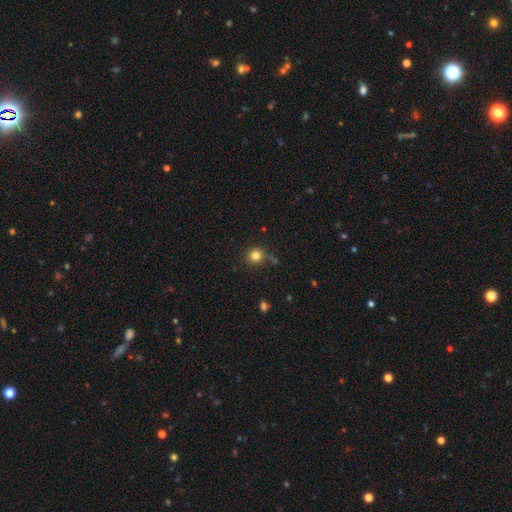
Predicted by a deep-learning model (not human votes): Smooth or featured: smooth — 81% (star or artifact — 12%)
How rounded: round — 91% (in between — 8%)
Merging: none — 73% (minor disturbance — 14%)